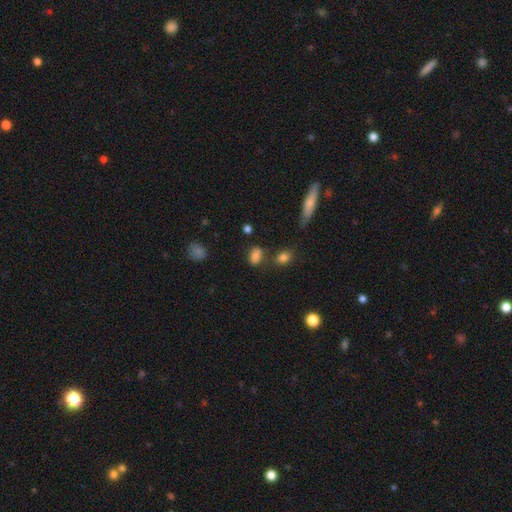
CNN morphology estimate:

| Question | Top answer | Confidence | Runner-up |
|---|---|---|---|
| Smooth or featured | smooth | 82% | star or artifact (11%) |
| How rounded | in between | 81% | round (16%) |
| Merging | none | 70% | minor disturbance (17%) |